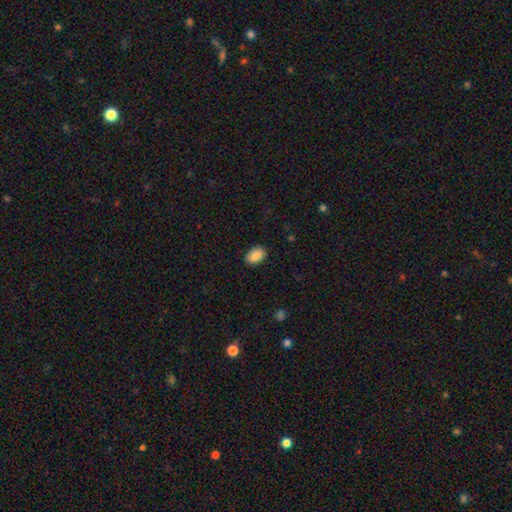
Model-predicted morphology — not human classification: smooth-or-featured: smooth: 88% | star or artifact: 7% | featured or disk: 5%
  how-rounded: in between: 87% | round: 12% | cigar-shaped: 1%
  merging: none: 89% | minor disturbance: 8% | major disturbance: 2% | merger: 1%